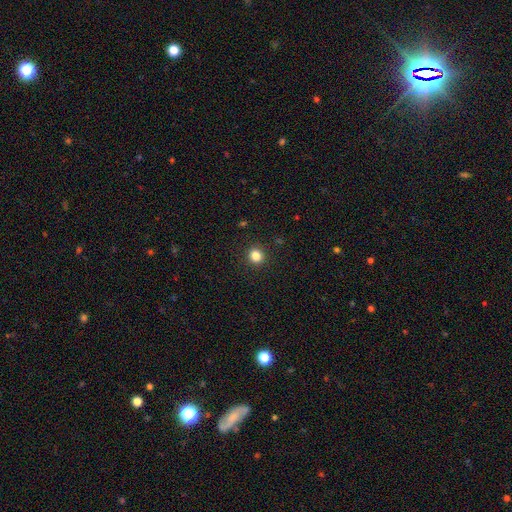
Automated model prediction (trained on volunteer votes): A smooth galaxy with no disk features (84%) that is round (87%). Merging: none (92%).